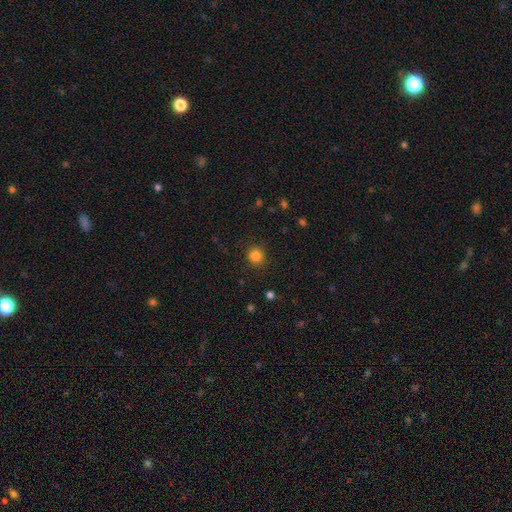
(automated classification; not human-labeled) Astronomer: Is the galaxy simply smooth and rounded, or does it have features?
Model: smooth — 84%.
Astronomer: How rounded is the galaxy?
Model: round — 92%.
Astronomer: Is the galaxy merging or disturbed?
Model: none — 89%.